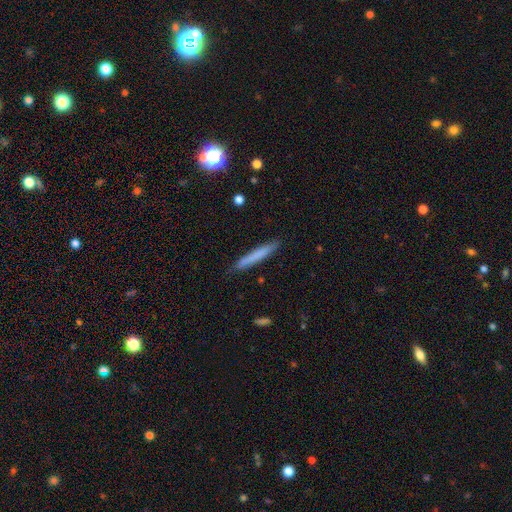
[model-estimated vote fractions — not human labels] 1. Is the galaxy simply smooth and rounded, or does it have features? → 71% smooth, 22% featured or disk, 6% star or artifact.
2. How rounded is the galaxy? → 96% cigar-shaped, 3% in between, 1% round.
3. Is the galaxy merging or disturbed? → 89% none, 8% minor disturbance, 2% major disturbance, 1% merger.